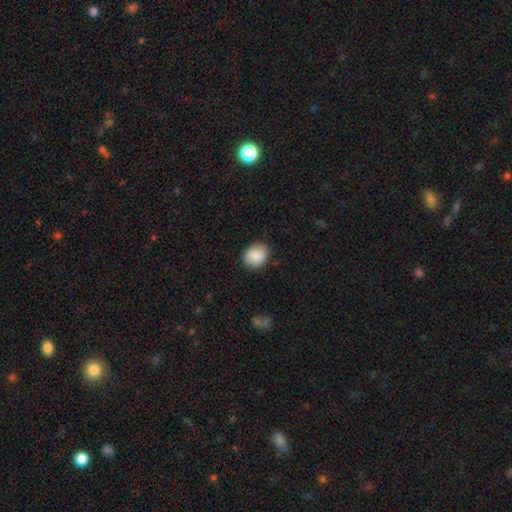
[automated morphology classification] Smooth or featured? smooth (88%)
How rounded? round (55%)
Merging? none (82%)